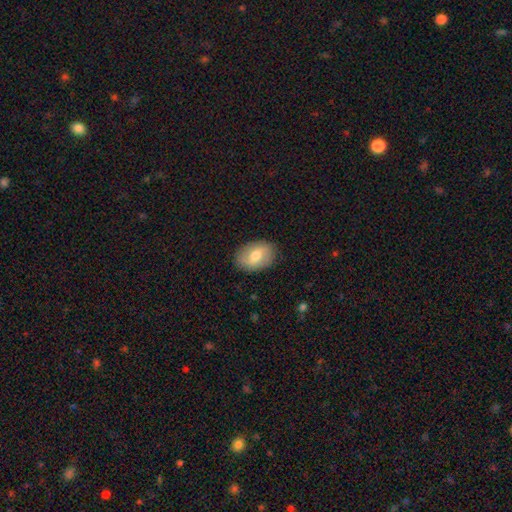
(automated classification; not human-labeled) A smooth galaxy with no disk features (64%) that is in between round and cigar-shaped (81%). Merging: none (85%).